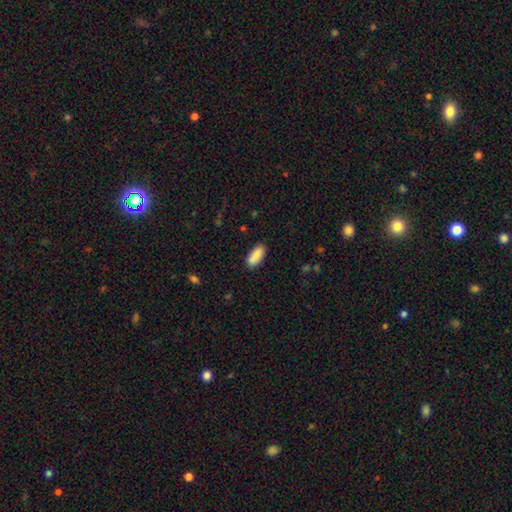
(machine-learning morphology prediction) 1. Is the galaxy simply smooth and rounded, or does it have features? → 87% smooth, 7% star or artifact, 6% featured or disk.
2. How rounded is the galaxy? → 81% in between, 17% cigar-shaped, 2% round.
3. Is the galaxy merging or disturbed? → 81% none, 12% minor disturbance, 4% merger, 3% major disturbance.